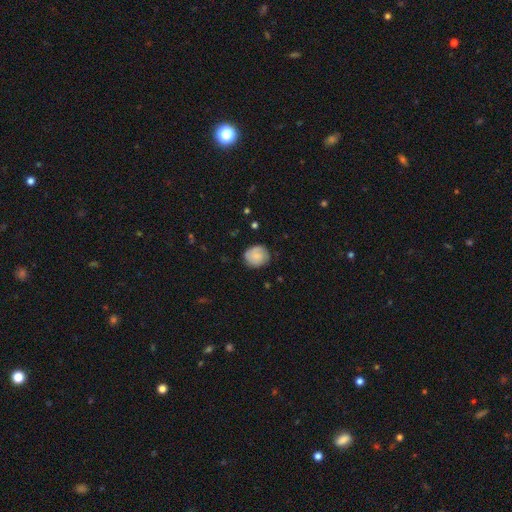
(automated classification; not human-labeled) smooth-or-featured: smooth: 70% | featured or disk: 22% | star or artifact: 7%
  how-rounded: round: 80% | in between: 19% | cigar-shaped: 1%
  merging: none: 77% | minor disturbance: 17% | major disturbance: 4% | merger: 1%